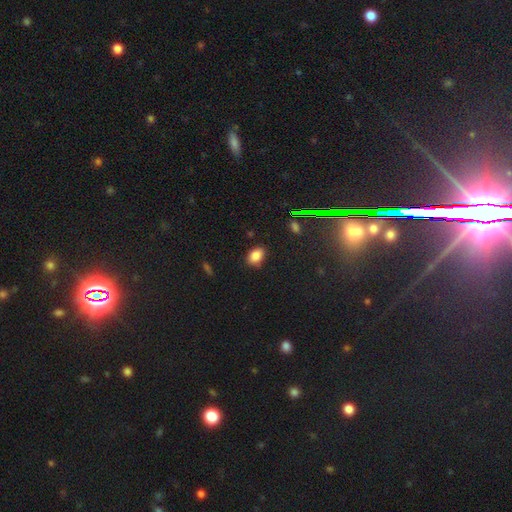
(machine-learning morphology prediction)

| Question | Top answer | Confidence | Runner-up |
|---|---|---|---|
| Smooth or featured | smooth | 83% | star or artifact (11%) |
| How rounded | in between | 82% | round (17%) |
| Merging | none | 82% | minor disturbance (13%) |